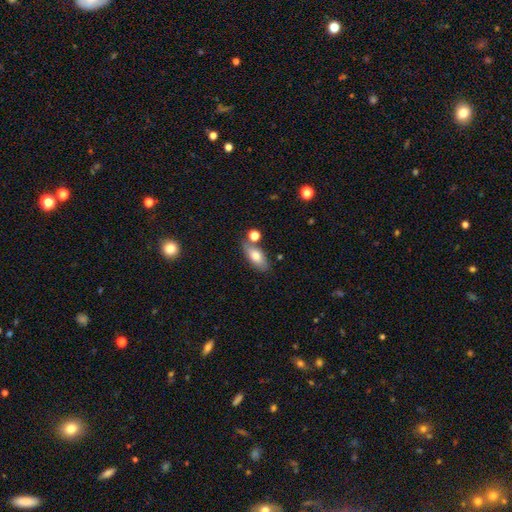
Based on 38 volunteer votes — Smooth or featured?
  - smooth: 71% *
  - featured or disk: 26%
  - star or artifact: 3%
How rounded?
  - in between: 85% *
  - cigar-shaped: 15%
  - round: 0%
Merging?
  - none: 70% *
  - minor disturbance: 16%
  - merger: 11%
  - major disturbance: 3%